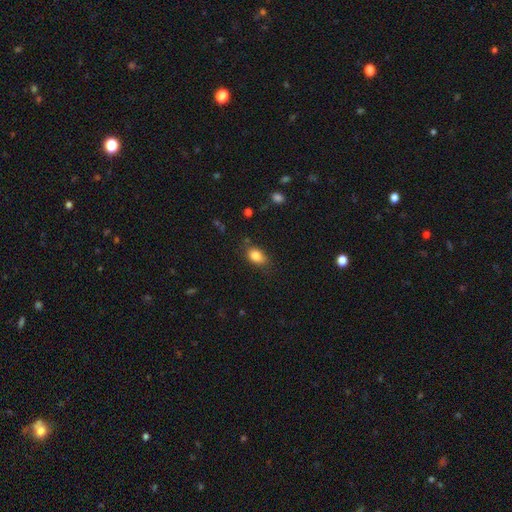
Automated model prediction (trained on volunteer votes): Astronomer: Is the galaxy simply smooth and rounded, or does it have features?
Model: smooth — 84%.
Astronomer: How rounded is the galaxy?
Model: in between — 84%.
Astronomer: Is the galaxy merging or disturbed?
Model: none — 73%.